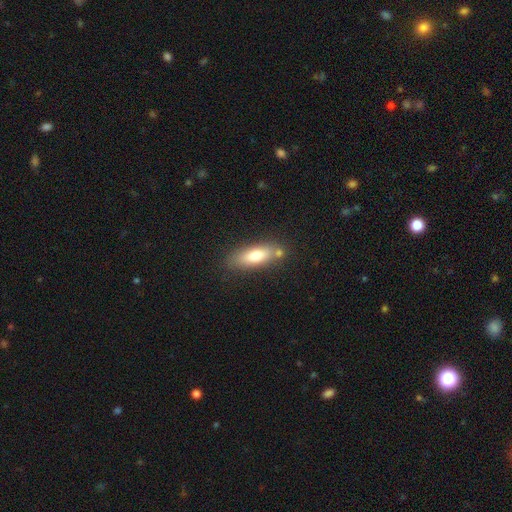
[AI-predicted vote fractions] Q: Smooth or featured?
A: smooth (72%); runner-up: featured or disk (21%)
Q: How rounded?
A: in between (62%); runner-up: cigar-shaped (35%)
Q: Merging?
A: none (69%); runner-up: minor disturbance (14%)